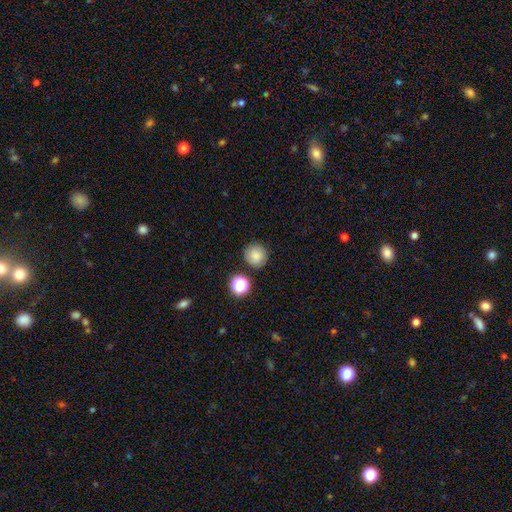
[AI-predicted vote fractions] Overall: smooth (80%). How rounded: round (93%). Merging: none (85%).